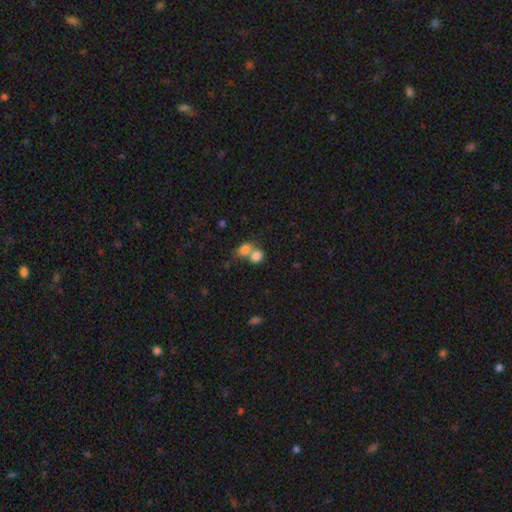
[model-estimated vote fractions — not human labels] This is clearly a smooth galaxy (81%). How rounded: possibly round (50%). Merging: likely merger (60%).